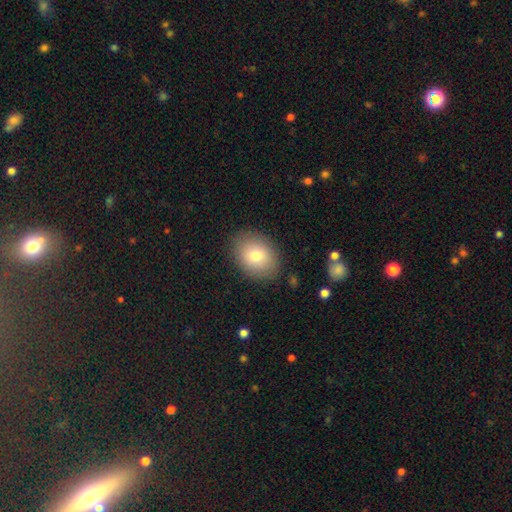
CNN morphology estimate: smooth_or_featured: smooth (p=0.80) [alt: featured or disk p=0.12]
how_rounded: in between (p=0.67) [alt: round p=0.32]
merging: none (p=0.85) [alt: minor disturbance p=0.10]